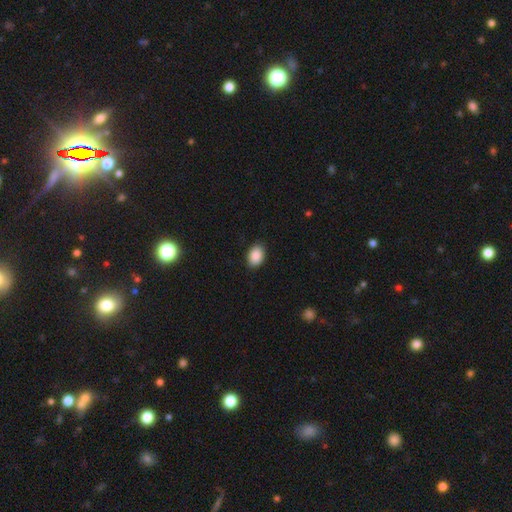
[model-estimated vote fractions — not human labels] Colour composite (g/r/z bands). It shows a smooth galaxy with no disk features (90%) that is in between round and cigar-shaped (85%). Merging: none (88%).